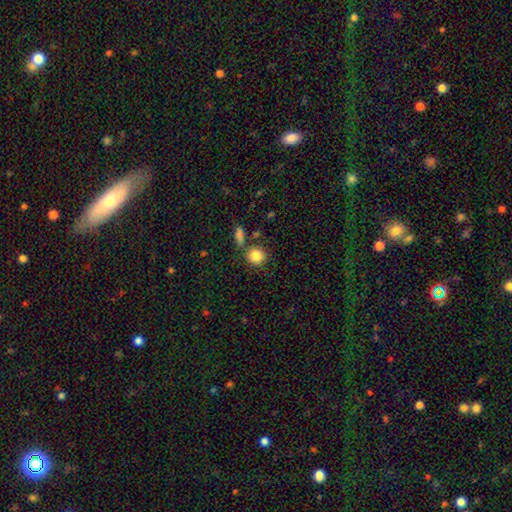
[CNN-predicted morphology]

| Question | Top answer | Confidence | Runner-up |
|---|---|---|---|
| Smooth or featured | smooth | 85% | star or artifact (9%) |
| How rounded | round | 86% | in between (12%) |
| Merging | none | 76% | merger (11%) |